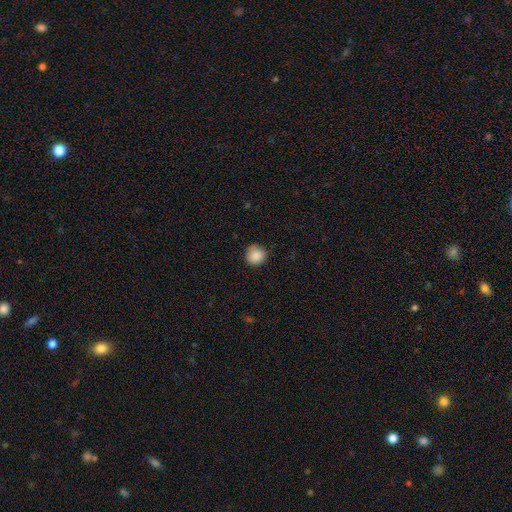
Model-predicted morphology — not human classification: Overall: smooth (88%). How rounded: round (93%). Merging: none (84%).